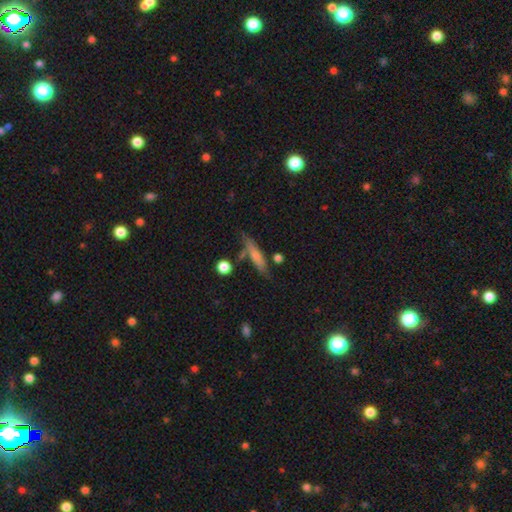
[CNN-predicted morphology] Smooth or featured? smooth (65%)
How rounded? cigar-shaped (73%)
Merging? none (60%)